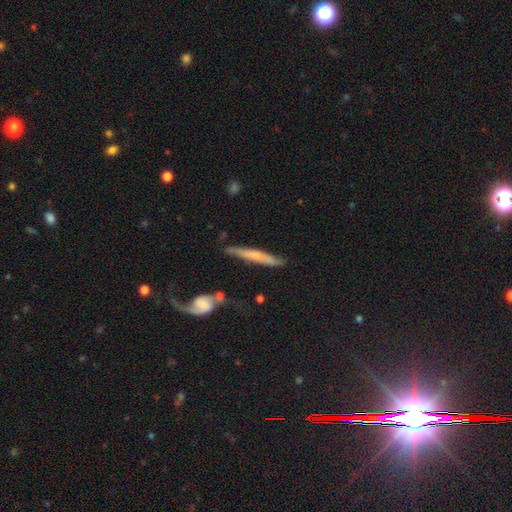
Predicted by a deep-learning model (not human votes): The model was most divided on "smooth or featured": featured or disk: 50%, smooth: 44%, star or artifact: 6%. More confident: merging — none (70%).